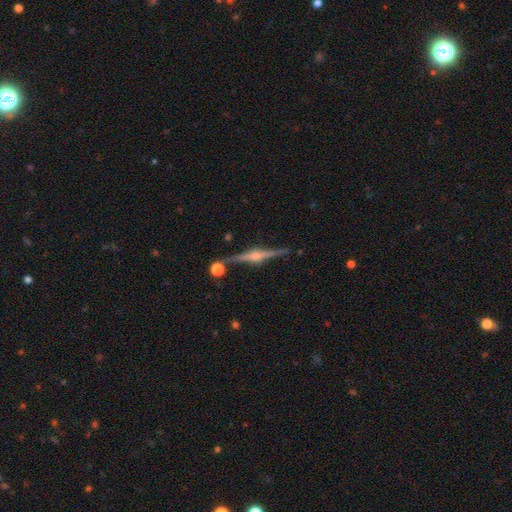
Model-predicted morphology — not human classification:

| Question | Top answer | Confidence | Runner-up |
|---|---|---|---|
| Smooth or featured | featured or disk | 87% | smooth (7%) |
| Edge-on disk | yes | 98% | no (2%) |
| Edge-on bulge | rounded | 89% | boxy (8%) |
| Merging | none | 86% | minor disturbance (8%) |